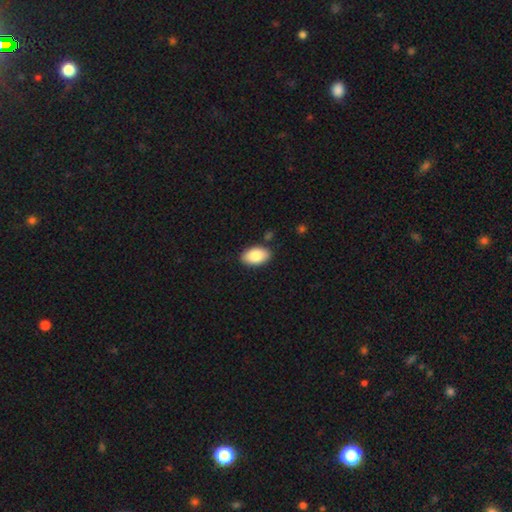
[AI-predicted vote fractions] Q: Smooth or featured?
A: smooth (85%); runner-up: featured or disk (9%)
Q: How rounded?
A: in between (93%); runner-up: round (5%)
Q: Merging?
A: none (86%); runner-up: minor disturbance (10%)